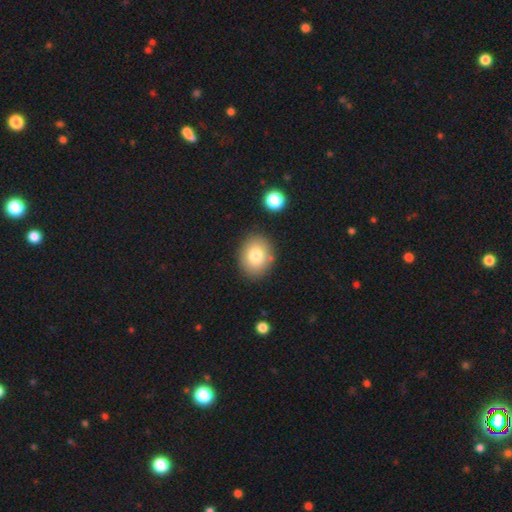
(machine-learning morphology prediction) A smooth galaxy with no disk features (79%) that is round (53%).

Vote fractions:
- Smooth or featured? smooth: 79% / featured or disk: 11% / star or artifact: 10%
- How rounded? round: 53% / in between: 46% / cigar-shaped: 1%
- Merging? none: 84% / minor disturbance: 9% / merger: 4% / major disturbance: 3%